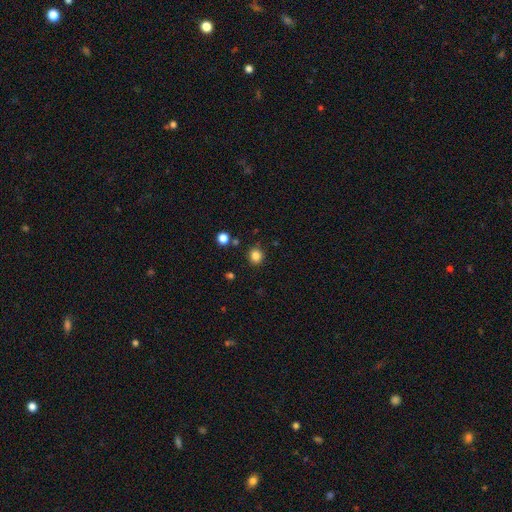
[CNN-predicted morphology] Q: Smooth or featured?
A: smooth (84%); runner-up: star or artifact (12%)
Q: How rounded?
A: round (85%); runner-up: in between (14%)
Q: Merging?
A: none (87%); runner-up: minor disturbance (8%)